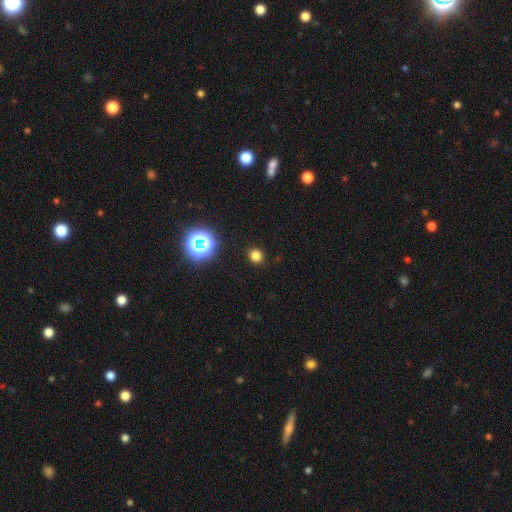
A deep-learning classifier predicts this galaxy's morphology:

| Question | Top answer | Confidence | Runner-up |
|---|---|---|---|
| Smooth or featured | smooth | 77% | star or artifact (19%) |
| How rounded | round | 80% | in between (19%) |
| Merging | none | 91% | minor disturbance (6%) |